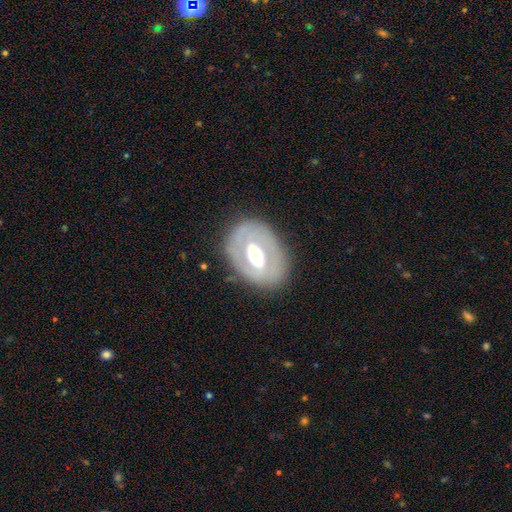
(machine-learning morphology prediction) Smooth or featured?
  - featured or disk: 64% *
  - smooth: 29%
  - star or artifact: 6%
Edge-on disk?
  - no: 92% *
  - yes: 8%
Bar?
  - no: 35% *
  - weak: 33%
  - strong: 32%
Spiral arms?
  - no: 77% *
  - yes: 23%
Bulge size?
  - moderate: 59% *
  - large: 29%
  - small: 7%
  - dominant: 3%
  - none: 1%
Merging?
  - none: 78% *
  - minor disturbance: 14%
  - major disturbance: 7%
  - merger: 1%